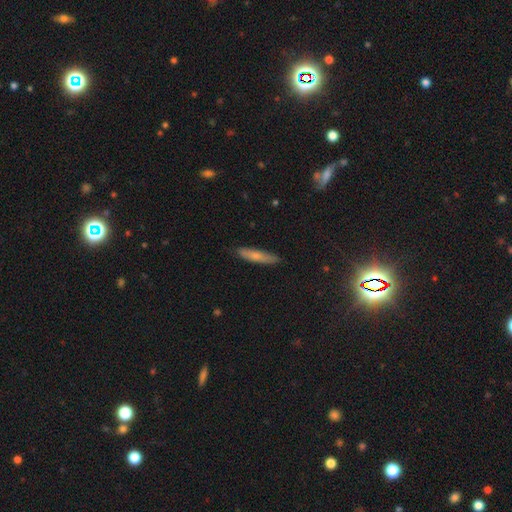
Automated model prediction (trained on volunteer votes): Morphology: type=smooth (67%); roundness=cigar-shaped (85%); merging=none (85%).